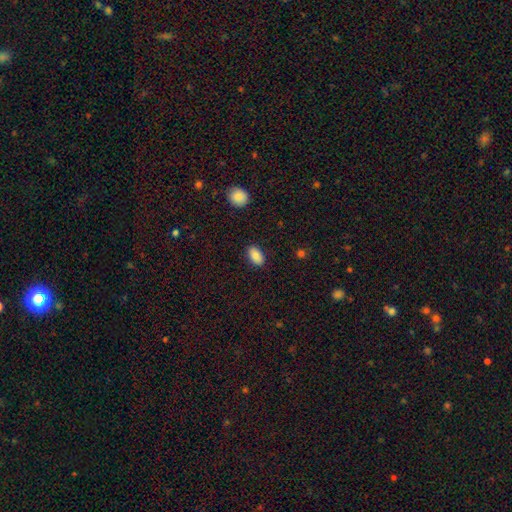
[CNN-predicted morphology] smooth-or-featured: smooth: 86% | star or artifact: 8% | featured or disk: 6%
  how-rounded: in between: 92% | round: 6% | cigar-shaped: 2%
  merging: none: 88% | minor disturbance: 8% | major disturbance: 2% | merger: 1%